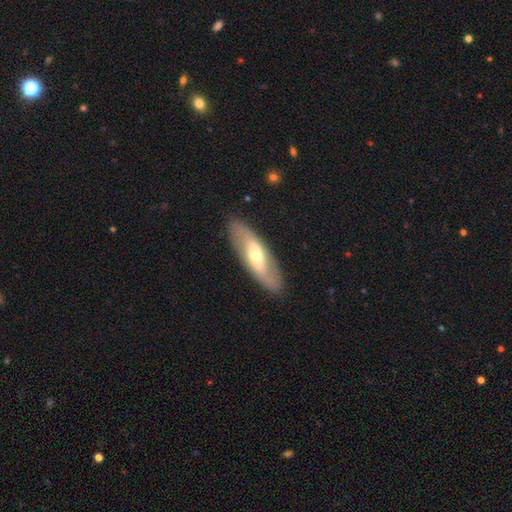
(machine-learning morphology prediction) Smooth or featured: featured or disk — 60% (smooth — 35%)
Edge-on disk: no — 75% (yes — 25%)
Merging: none — 87% (minor disturbance — 9%)